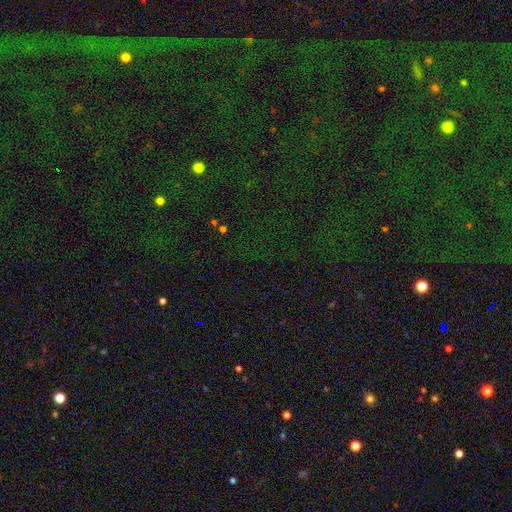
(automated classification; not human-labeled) smooth-or-featured: star or artifact: 79% | smooth: 14% | featured or disk: 8%